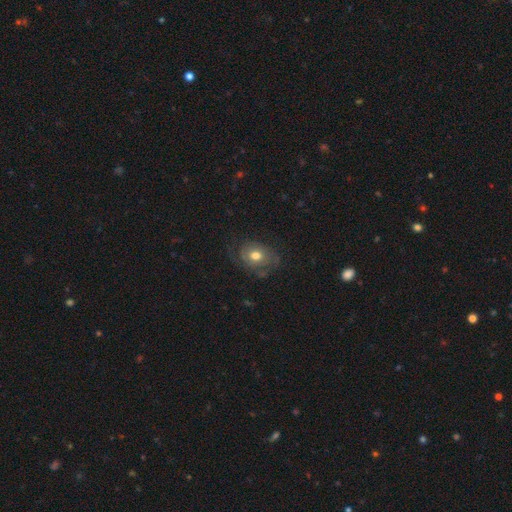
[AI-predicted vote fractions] The model was most divided on "smooth or featured": smooth: 49%, featured or disk: 42%, star or artifact: 9%. More confident: merging — none (57%).